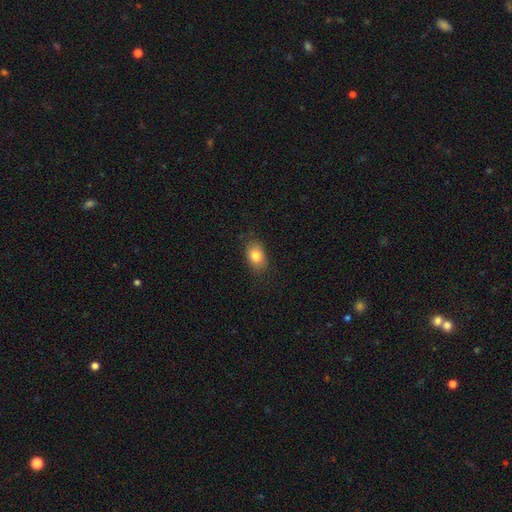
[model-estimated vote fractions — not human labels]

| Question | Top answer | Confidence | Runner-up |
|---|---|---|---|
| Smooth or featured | smooth | 82% | featured or disk (10%) |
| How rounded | in between | 80% | round (18%) |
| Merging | none | 81% | minor disturbance (14%) |